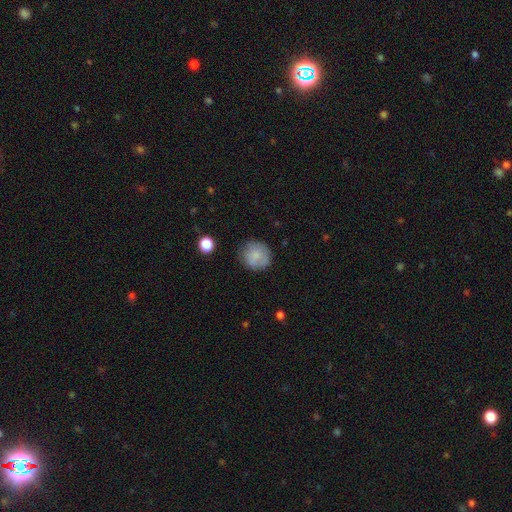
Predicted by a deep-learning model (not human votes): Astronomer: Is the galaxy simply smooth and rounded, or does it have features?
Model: smooth — 80%.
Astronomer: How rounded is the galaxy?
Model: round — 90%.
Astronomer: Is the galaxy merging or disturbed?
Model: none — 77%.